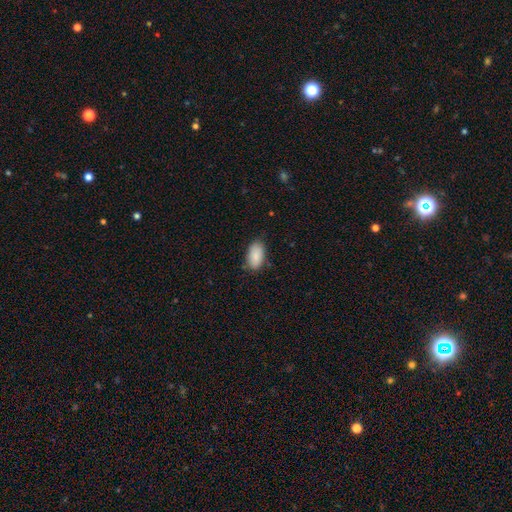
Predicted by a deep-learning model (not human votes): Smooth or featured: smooth — 86% (star or artifact — 7%)
How rounded: in between — 94% (round — 3%)
Merging: none — 78% (minor disturbance — 17%)